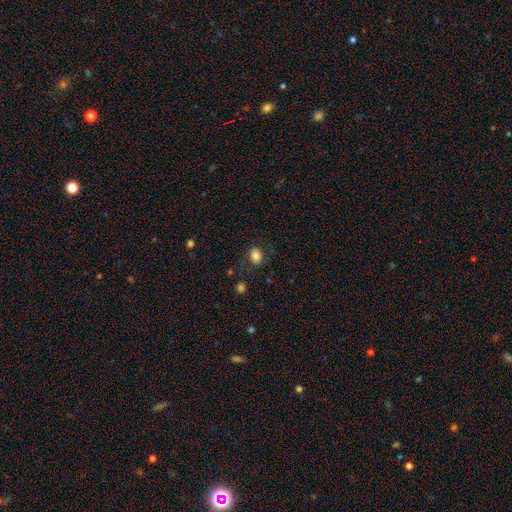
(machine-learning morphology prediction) smooth 84%, star or artifact 10%, featured or disk 6%. Down the decision tree: how rounded — in between (65%); merging — none (80%).